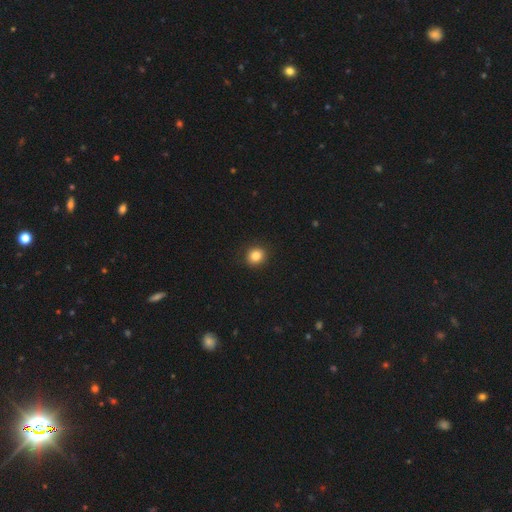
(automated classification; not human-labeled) This is clearly a smooth galaxy (85%). How rounded: likely round (80%). Merging: clearly none (91%).